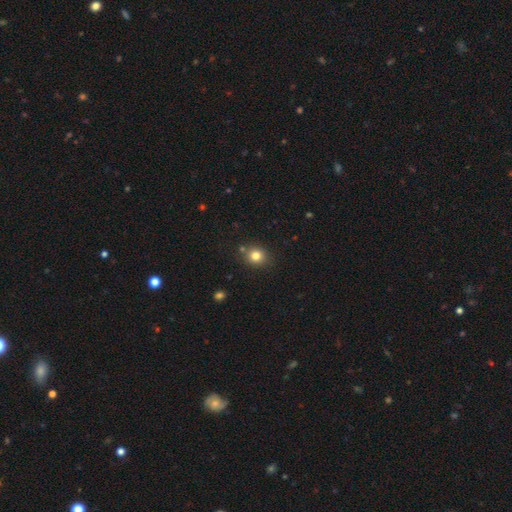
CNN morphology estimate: A smooth galaxy with no disk features (80%) that is round (80%).

Vote fractions:
- Smooth or featured? smooth: 80% / star or artifact: 13% / featured or disk: 7%
- How rounded? round: 80% / in between: 19% / cigar-shaped: 1%
- Merging? none: 81% / minor disturbance: 10% / merger: 7% / major disturbance: 3%